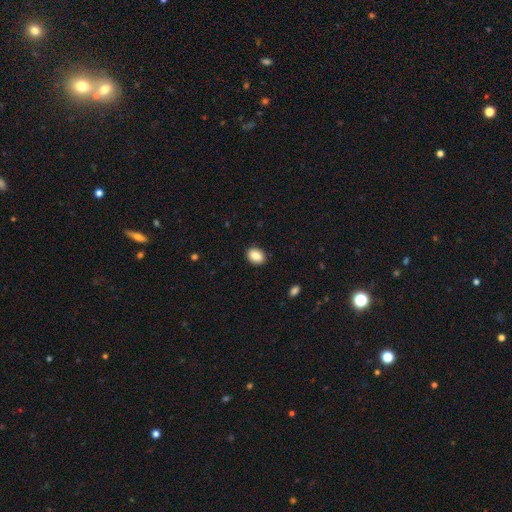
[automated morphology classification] Smooth or featured: smooth — 87% (star or artifact — 8%)
How rounded: in between — 67% (round — 32%)
Merging: none — 90% (minor disturbance — 7%)